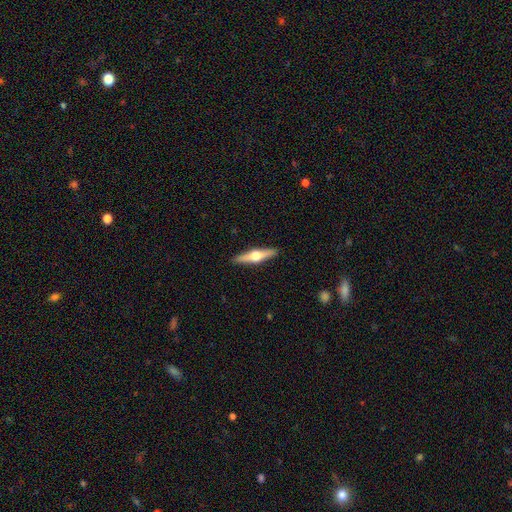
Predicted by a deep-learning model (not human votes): Q: Smooth or featured?
A: featured or disk (69%); runner-up: smooth (26%)
Q: Edge-on disk?
A: yes (97%); runner-up: no (3%)
Q: Edge-on bulge?
A: rounded (96%); runner-up: boxy (3%)
Q: Merging?
A: none (92%); runner-up: minor disturbance (6%)